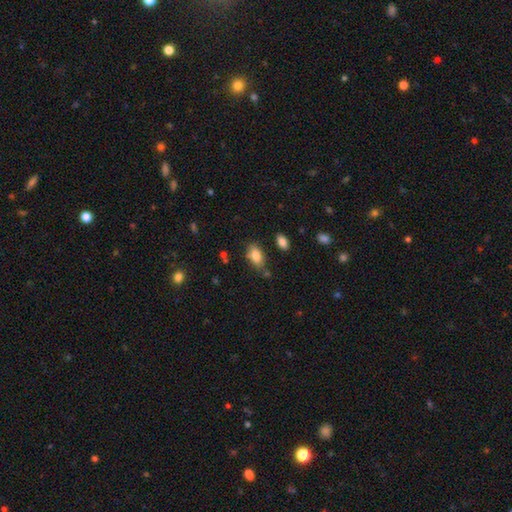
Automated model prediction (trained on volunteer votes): A smooth galaxy with no disk features (81%) that is in between round and cigar-shaped (89%). Merging: none (71%).